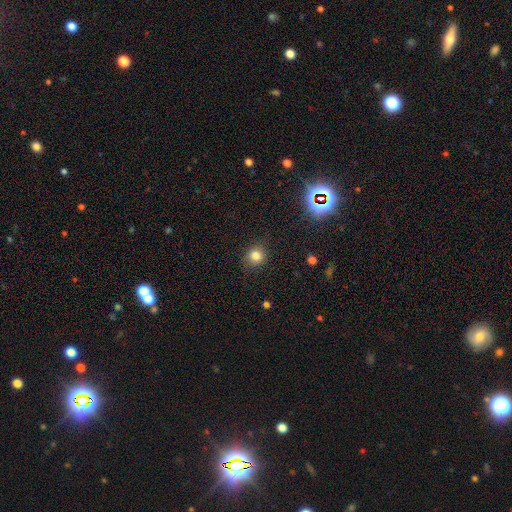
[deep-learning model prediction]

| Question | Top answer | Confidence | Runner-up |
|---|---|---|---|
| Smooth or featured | smooth | 80% | star or artifact (13%) |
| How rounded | round | 84% | in between (15%) |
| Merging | none | 83% | minor disturbance (12%) |